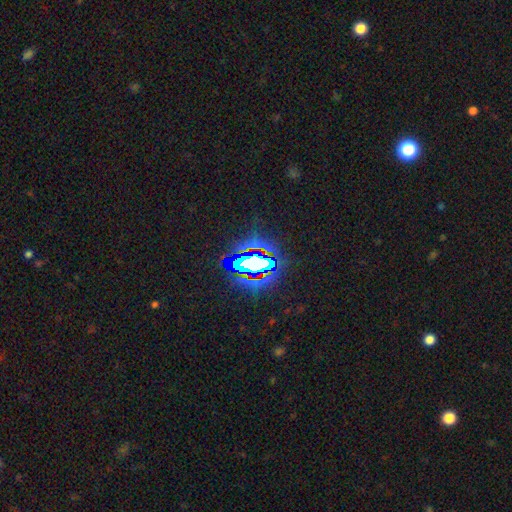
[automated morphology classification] Smooth or featured: star or artifact — 64% (smooth — 19%)